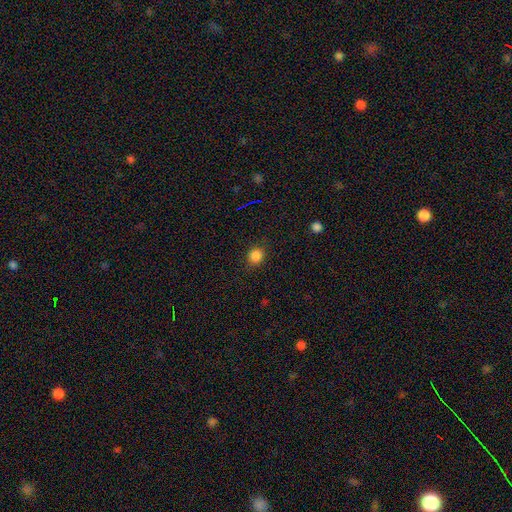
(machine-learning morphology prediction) A smooth galaxy with no disk features (84%) that is round (77%). Merging: none (86%).